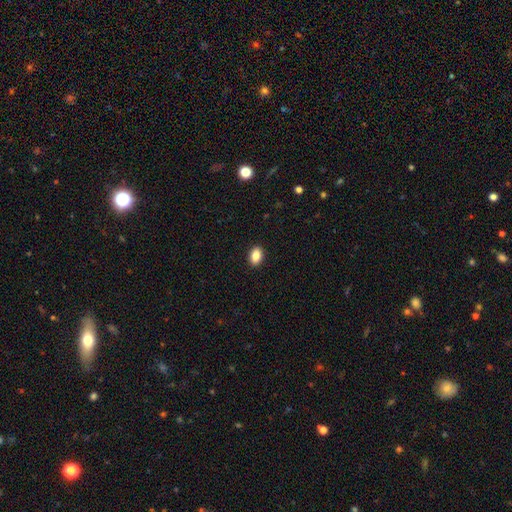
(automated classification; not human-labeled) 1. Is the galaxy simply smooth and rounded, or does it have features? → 87% smooth, 8% star or artifact, 5% featured or disk.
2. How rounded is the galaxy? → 85% in between, 13% round, 2% cigar-shaped.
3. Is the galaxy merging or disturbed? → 91% none, 6% minor disturbance, 2% major disturbance, 1% merger.